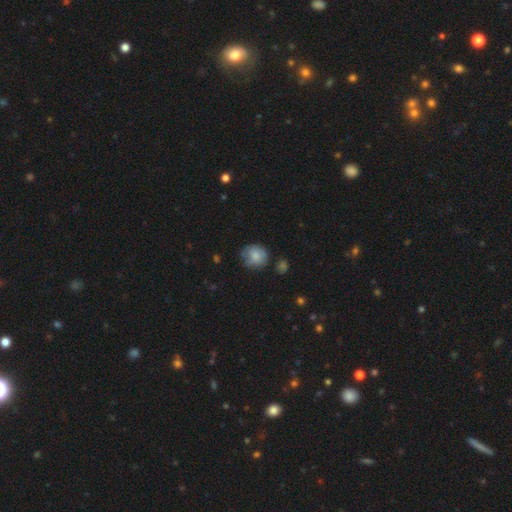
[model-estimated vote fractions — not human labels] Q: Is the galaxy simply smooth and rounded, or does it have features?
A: smooth — 73%.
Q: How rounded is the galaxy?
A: round — 82%.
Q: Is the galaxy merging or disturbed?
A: none — 62%.